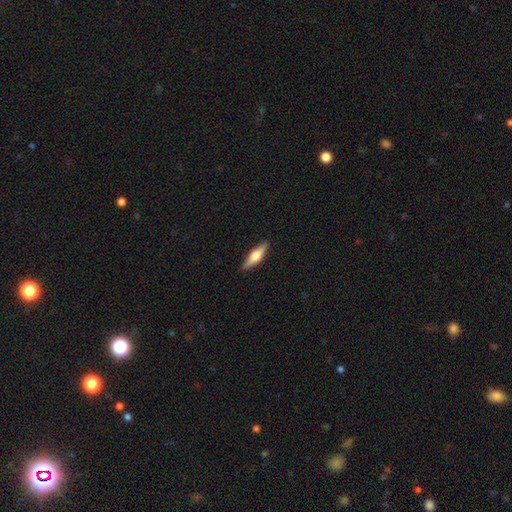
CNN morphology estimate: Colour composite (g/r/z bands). It shows a featured or disk galaxy (52%) viewed edge-on (95%). Merging: none (89%).